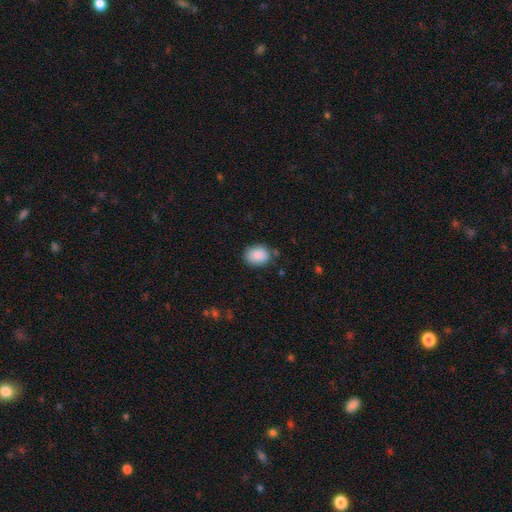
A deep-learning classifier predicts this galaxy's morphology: Smooth or featured? Predicted: smooth (p=0.89). How rounded? Predicted: in between (p=0.55). Merging? Predicted: none (p=0.80).